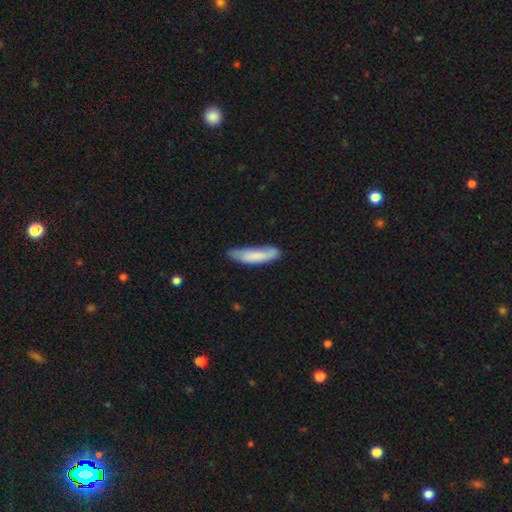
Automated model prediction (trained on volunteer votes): smooth_or_featured: smooth (p=0.75) [alt: featured or disk p=0.19]
how_rounded: cigar-shaped (p=0.67) [alt: in between p=0.31]
merging: none (p=0.58) [alt: minor disturbance p=0.31]